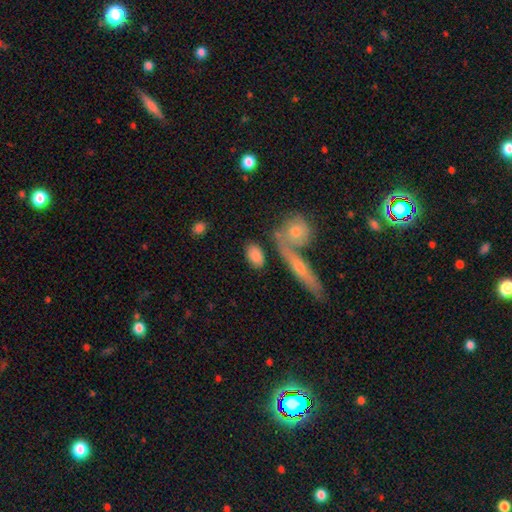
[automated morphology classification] A smooth galaxy with no disk features (82%) that is in between round and cigar-shaped (85%). Merging: none (72%).